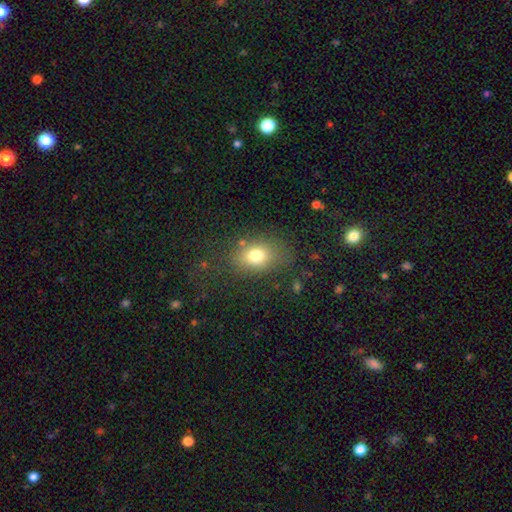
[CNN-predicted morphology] Smooth or featured? Predicted: smooth (p=0.77). How rounded? Predicted: in between (p=0.68). Merging? Predicted: none (p=0.72).